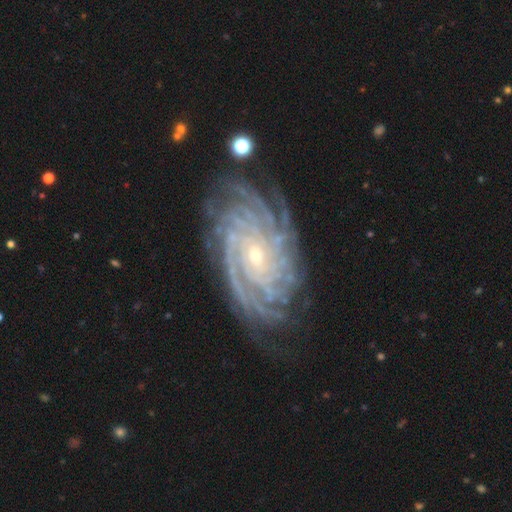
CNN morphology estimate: This appears to be a featured or disk galaxy (92%) with no bar (65%), more than 4 (37%) tight (84%) spiral arms (98%) and a small central bulge (76%). Merging: none (79%).